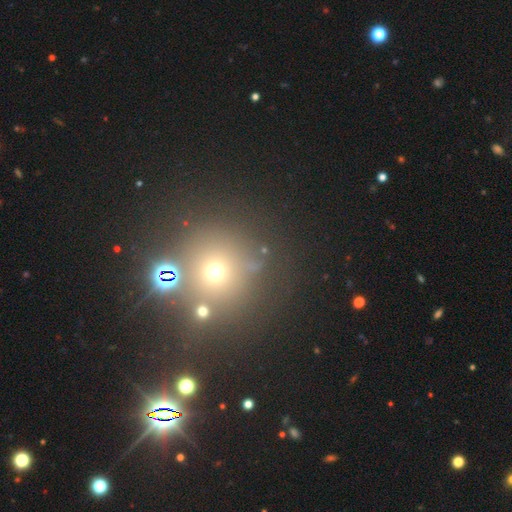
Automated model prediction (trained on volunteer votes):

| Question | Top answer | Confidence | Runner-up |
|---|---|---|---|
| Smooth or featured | star or artifact | 45% | smooth (44%) |